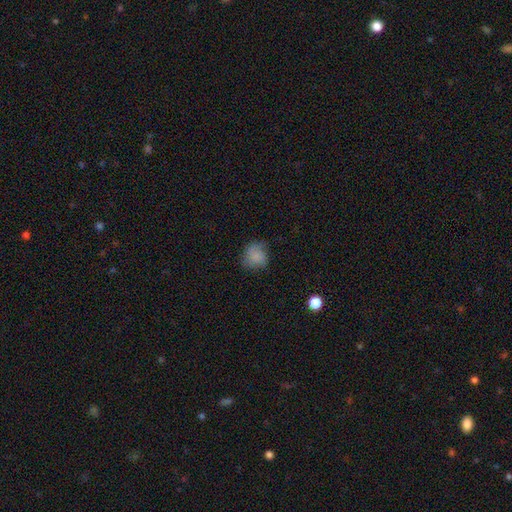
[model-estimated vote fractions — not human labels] Smooth or featured?
  - smooth: 78% *
  - featured or disk: 12%
  - star or artifact: 10%
How rounded?
  - round: 77% *
  - in between: 22%
  - cigar-shaped: 1%
Merging?
  - none: 61% *
  - minor disturbance: 27%
  - major disturbance: 10%
  - merger: 2%